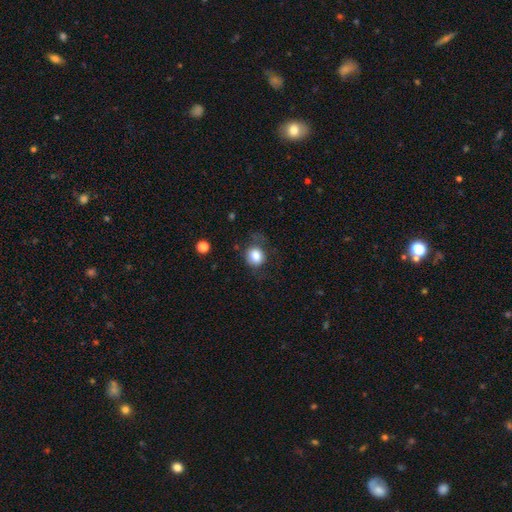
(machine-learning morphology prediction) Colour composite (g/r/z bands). It shows a smooth galaxy with no disk features (82%) that is round (71%). Merging: none (63%).